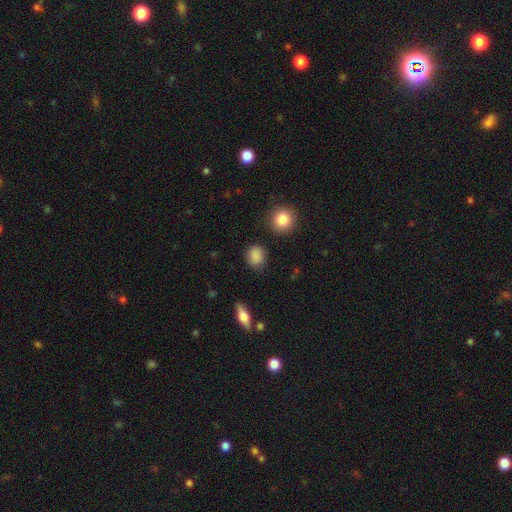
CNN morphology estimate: Overall: smooth (86%). How rounded: round (74%). Merging: none (82%).